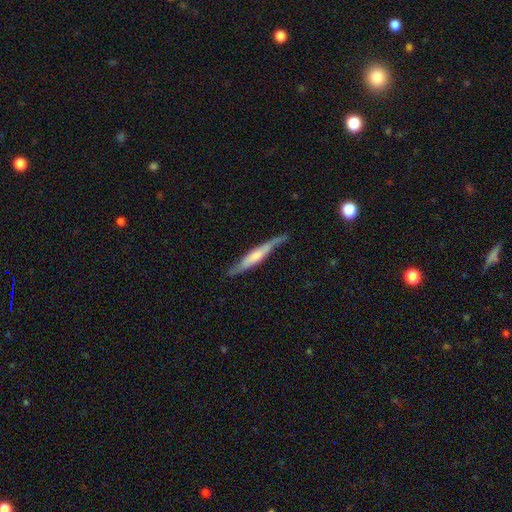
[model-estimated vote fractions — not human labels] A featured or disk galaxy (54%) viewed edge-on (88%). Merging: none (76%).